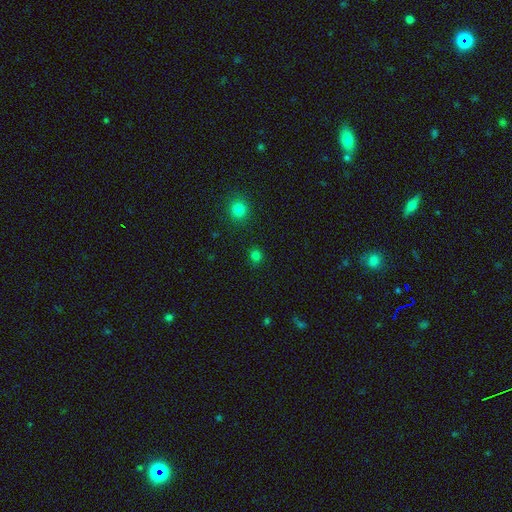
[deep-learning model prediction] This appears to be a smooth galaxy with no disk features (77%) that is round (88%). Merging: none (88%).